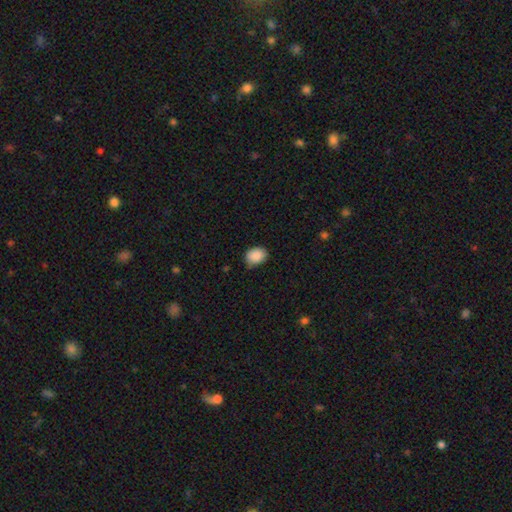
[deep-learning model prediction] This is clearly a smooth galaxy (89%). How rounded: likely in between (64%). Merging: likely none (69%).